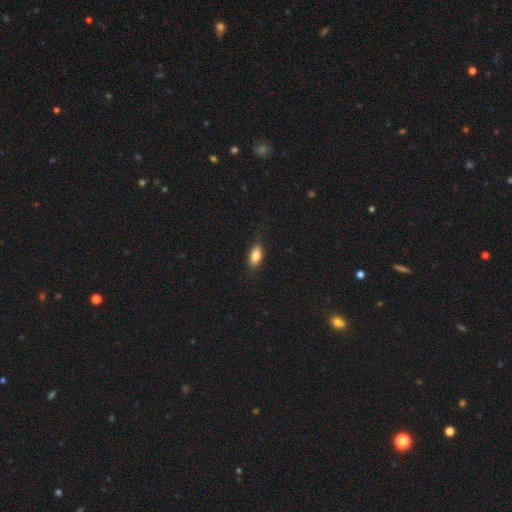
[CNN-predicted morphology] The model was most divided on "merging": none: 82%, minor disturbance: 14%, major disturbance: 3%, merger: 1%. More confident: how rounded — in between (86%); smooth or featured — smooth (82%).